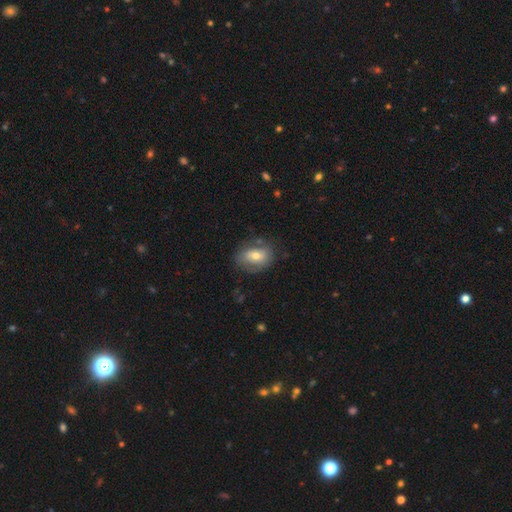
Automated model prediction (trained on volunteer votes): Smooth or featured?
  - smooth: 61% *
  - featured or disk: 30%
  - star or artifact: 8%
How rounded?
  - in between: 71% *
  - round: 28%
  - cigar-shaped: 1%
Merging?
  - none: 69% *
  - minor disturbance: 21%
  - major disturbance: 8%
  - merger: 3%